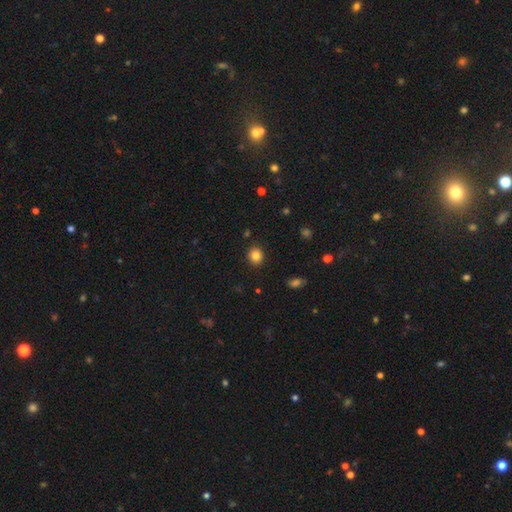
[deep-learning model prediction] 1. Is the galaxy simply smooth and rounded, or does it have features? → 83% smooth, 11% star or artifact, 6% featured or disk.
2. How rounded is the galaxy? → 77% round, 22% in between, 1% cigar-shaped.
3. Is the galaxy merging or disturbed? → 90% none, 7% minor disturbance, 2% major disturbance, 1% merger.